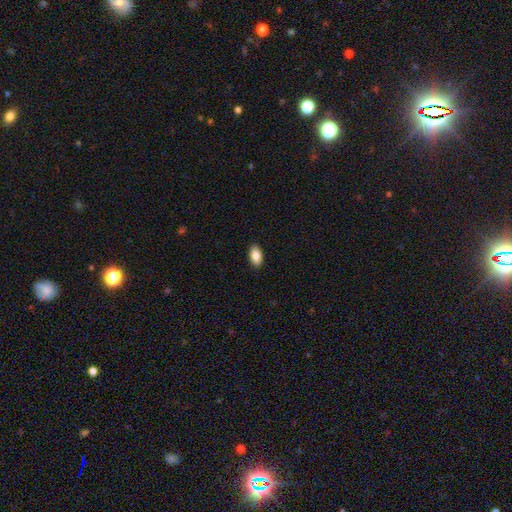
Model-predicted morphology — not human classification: smooth_or_featured: smooth (p=0.87) [alt: star or artifact p=0.07]
how_rounded: in between (p=0.94) [alt: round p=0.04]
merging: none (p=0.90) [alt: minor disturbance p=0.07]